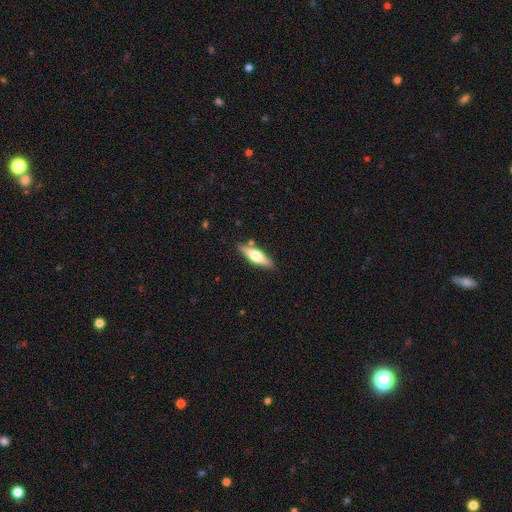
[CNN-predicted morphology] smooth_or_featured: featured or disk (p=0.50) [alt: smooth p=0.44]
disk_edge_on: yes (p=0.92) [alt: no p=0.08]
merging: none (p=0.84) [alt: minor disturbance p=0.10]